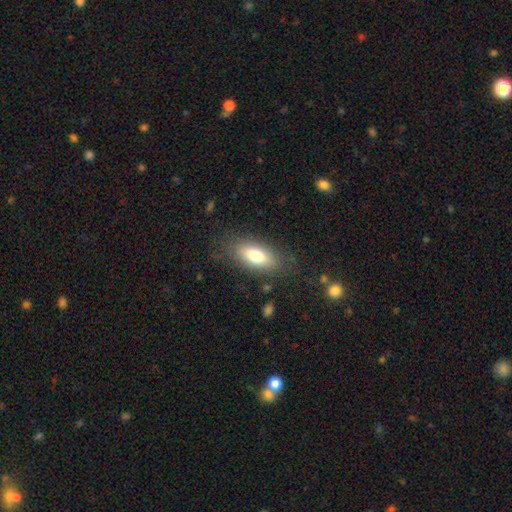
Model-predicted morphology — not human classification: This appears to be a smooth galaxy with no disk features (75%) that is in between round and cigar-shaped (81%). Merging: none (80%).